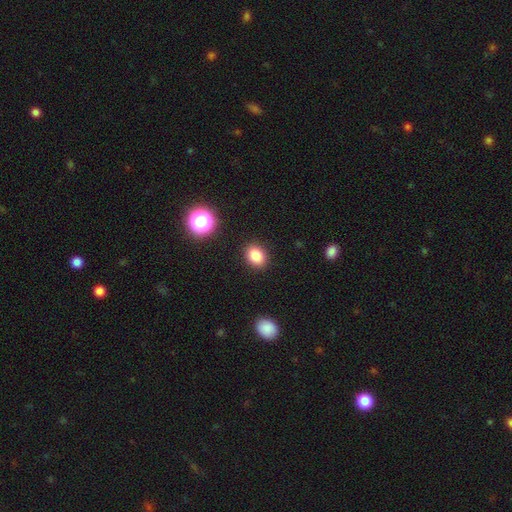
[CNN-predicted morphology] Smooth or featured? smooth (85%)
How rounded? in between (61%)
Merging? none (88%)